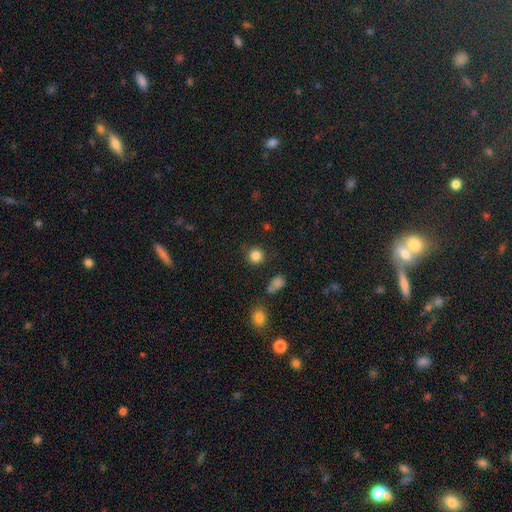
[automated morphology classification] Smooth or featured? smooth (84%)
How rounded? round (92%)
Merging? none (87%)